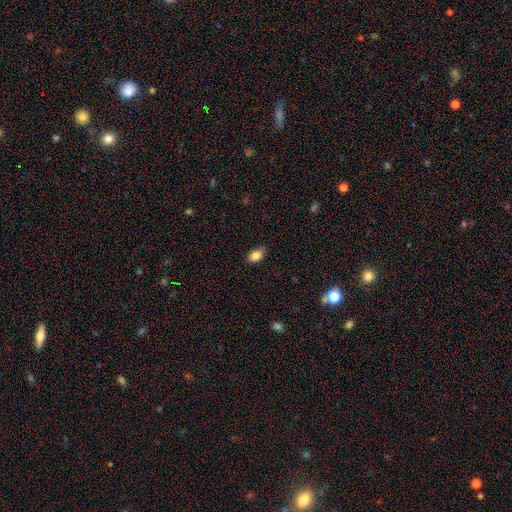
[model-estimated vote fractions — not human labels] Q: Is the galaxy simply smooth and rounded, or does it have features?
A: smooth — 84%.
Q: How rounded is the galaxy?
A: in between — 85%.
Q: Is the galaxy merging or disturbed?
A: none — 78%.